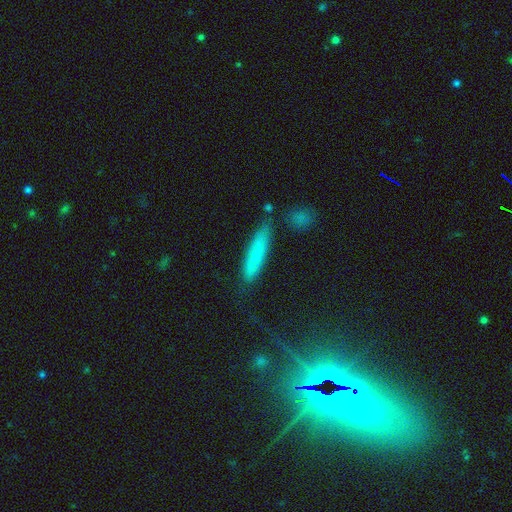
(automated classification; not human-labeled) The model was most divided on "smooth or featured": smooth: 69%, featured or disk: 21%, star or artifact: 10%. More confident: how rounded — cigar-shaped (87%); merging — none (76%).